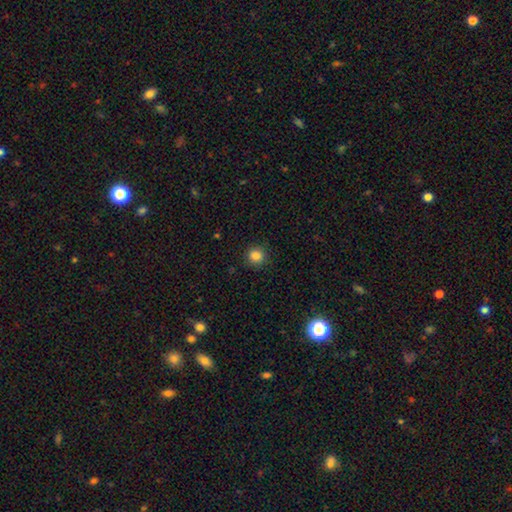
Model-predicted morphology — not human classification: A smooth galaxy with no disk features (85%) that is round (91%).

Vote fractions:
- Smooth or featured? smooth: 85% / star or artifact: 11% / featured or disk: 4%
- How rounded? round: 91% / in between: 8% / cigar-shaped: 1%
- Merging? none: 90% / minor disturbance: 7% / major disturbance: 2% / merger: 1%